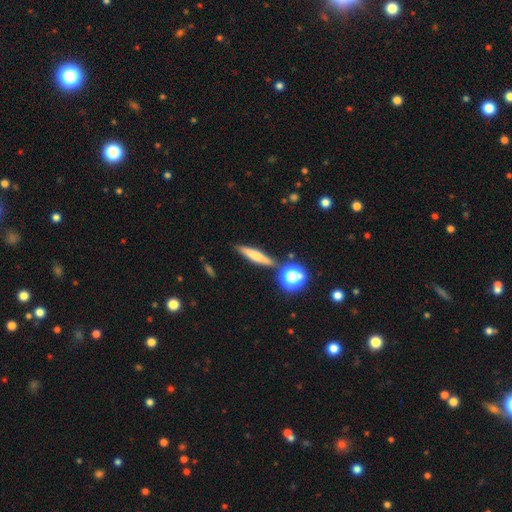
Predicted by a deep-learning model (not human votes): This appears to be a smooth galaxy with no disk features (61%) that is cigar-shaped (82%). Merging: none (82%).